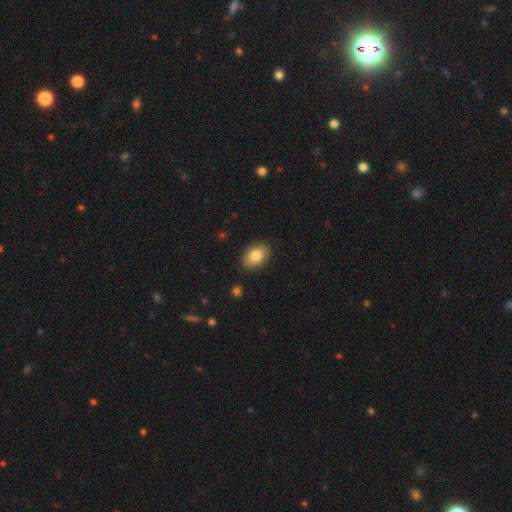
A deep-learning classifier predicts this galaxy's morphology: Smooth or featured? Predicted: smooth (p=0.82). How rounded? Predicted: in between (p=0.81). Merging? Predicted: none (p=0.87).